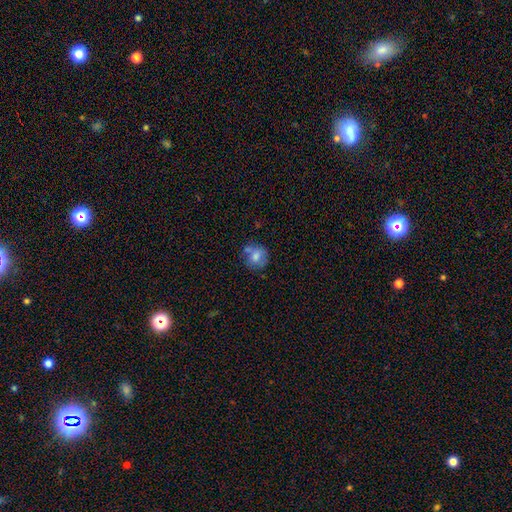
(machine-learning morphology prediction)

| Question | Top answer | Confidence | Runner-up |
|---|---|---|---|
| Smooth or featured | smooth | 70% | featured or disk (21%) |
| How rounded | round | 80% | in between (19%) |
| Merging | none | 58% | minor disturbance (23%) |